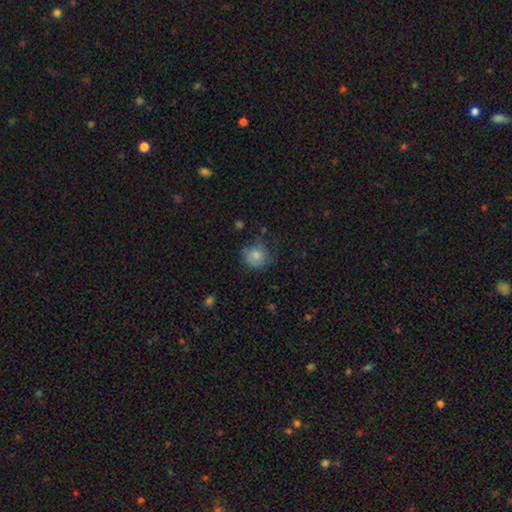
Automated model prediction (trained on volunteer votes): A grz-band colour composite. It shows a smooth galaxy with no disk features (74%) that is round (80%). Merging: none (58%).